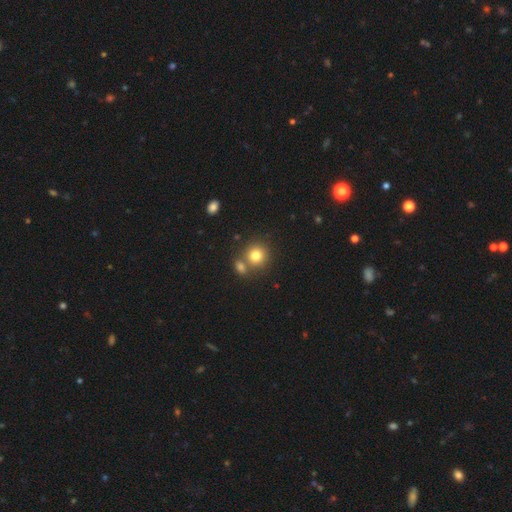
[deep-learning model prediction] The model was most divided on "merging": none: 61%, merger: 28%, minor disturbance: 8%, major disturbance: 3%. More confident: how rounded — round (87%); smooth or featured — smooth (79%).